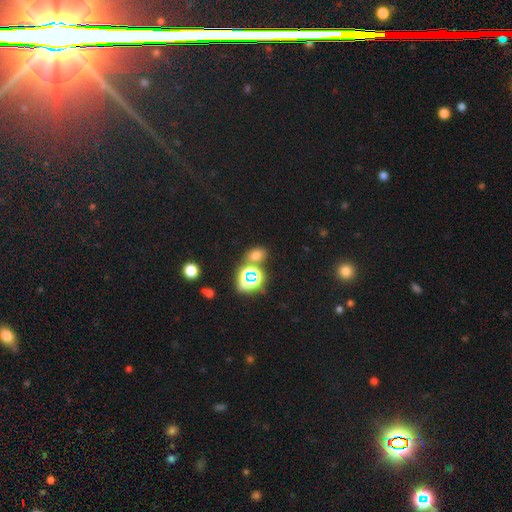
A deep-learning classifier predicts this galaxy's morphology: Smooth or featured? smooth (57%)
How rounded? in between (61%)
Merging? none (73%)